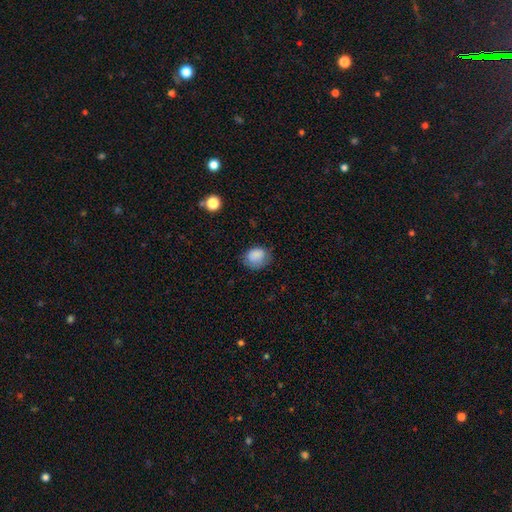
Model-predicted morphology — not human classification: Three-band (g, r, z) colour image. It shows a smooth galaxy with no disk features (85%) that is in between round and cigar-shaped (51%). Merging: none (64%).